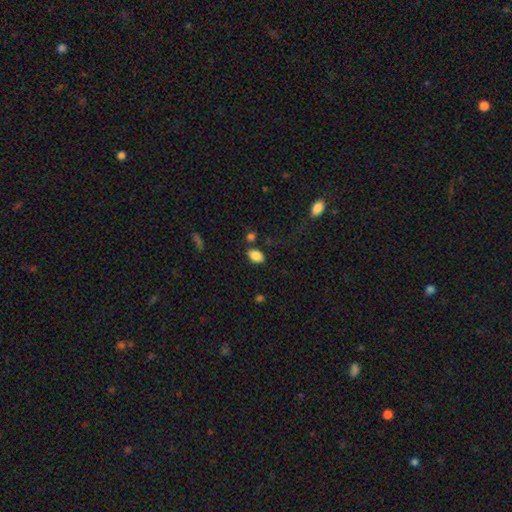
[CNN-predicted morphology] type=smooth (87%); roundness=in between (90%); merging=none (79%).